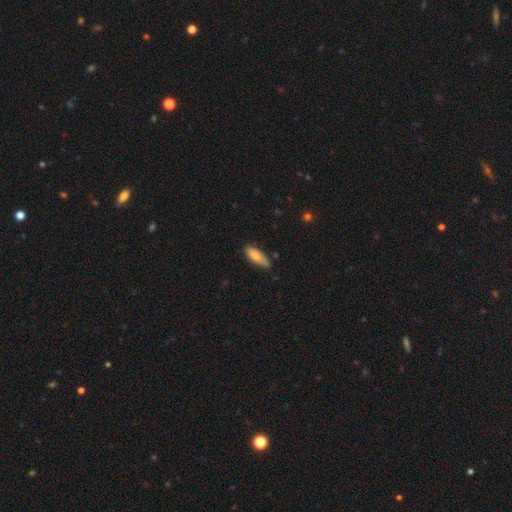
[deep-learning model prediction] This appears to be a smooth galaxy with no disk features (79%) that is in between round and cigar-shaped (73%). Merging: none (68%).